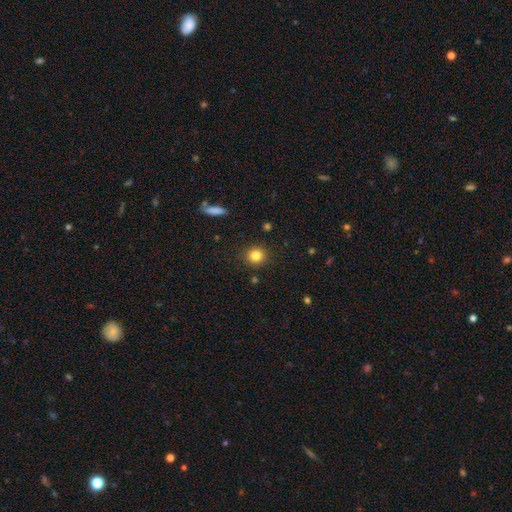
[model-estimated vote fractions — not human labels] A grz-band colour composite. It shows a smooth galaxy with no disk features (83%) that is round (89%). Merging: none (89%).